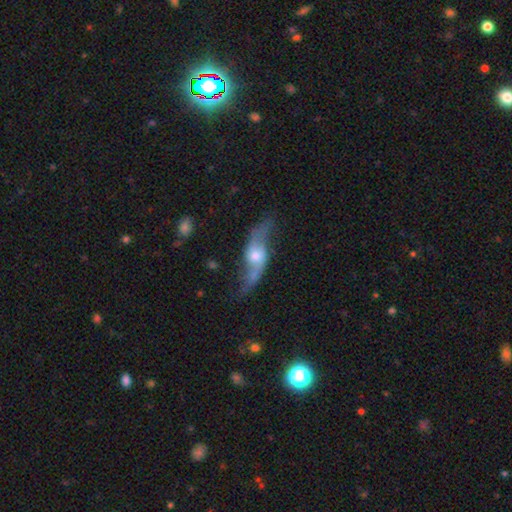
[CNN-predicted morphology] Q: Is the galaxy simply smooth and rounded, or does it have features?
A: featured or disk — 83%.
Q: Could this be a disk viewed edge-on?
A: no — 80%.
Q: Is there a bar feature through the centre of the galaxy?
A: no — 57%.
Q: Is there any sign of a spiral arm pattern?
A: yes — 93%.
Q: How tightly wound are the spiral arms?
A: loose — 82%.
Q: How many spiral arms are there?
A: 2 — 92%.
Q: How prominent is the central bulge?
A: moderate — 58%.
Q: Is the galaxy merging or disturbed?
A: none — 72%.